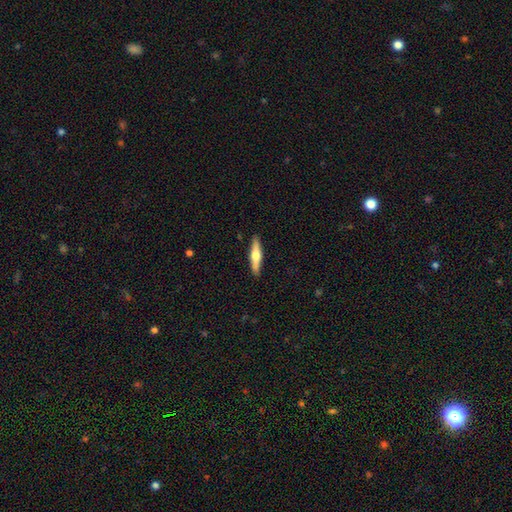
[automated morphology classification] A featured or disk galaxy (53%) viewed edge-on (95%) with a rounded central bulge (93%). Merging: none (90%).